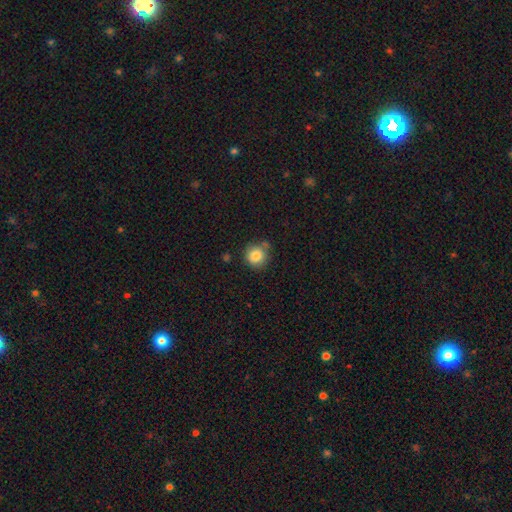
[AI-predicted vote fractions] A smooth galaxy with no disk features (84%) that is round (90%).

Vote fractions:
- Smooth or featured? smooth: 84% / star or artifact: 10% / featured or disk: 6%
- How rounded? round: 90% / in between: 9% / cigar-shaped: 1%
- Merging? none: 72% / minor disturbance: 16% / merger: 8% / major disturbance: 4%